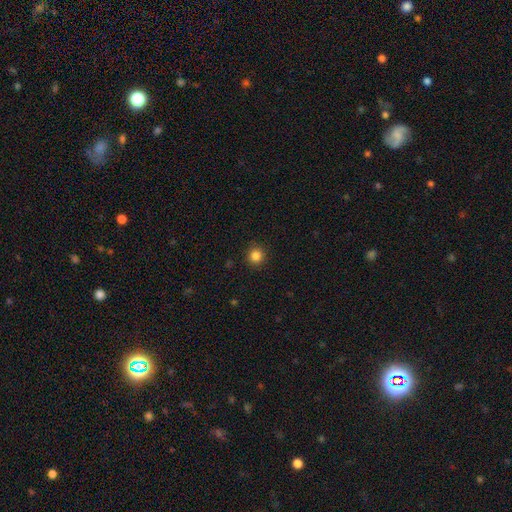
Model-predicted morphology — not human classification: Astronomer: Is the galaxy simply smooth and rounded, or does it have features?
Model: smooth — 84%.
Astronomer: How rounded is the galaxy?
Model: round — 94%.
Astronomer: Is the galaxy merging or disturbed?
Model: none — 91%.